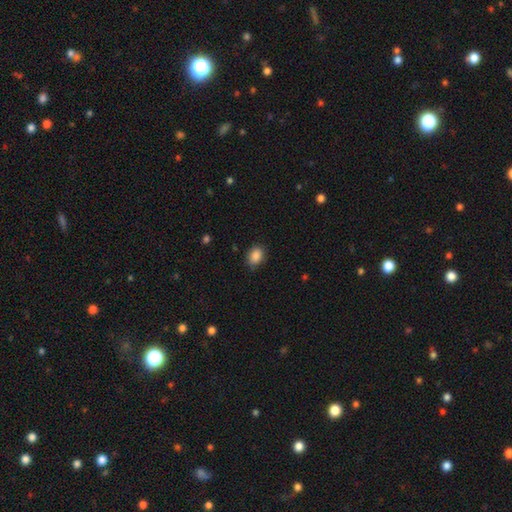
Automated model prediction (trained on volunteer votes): A smooth galaxy with no disk features (87%) that is in between round and cigar-shaped (68%).

Vote fractions:
- Smooth or featured? smooth: 87% / star or artifact: 9% / featured or disk: 4%
- How rounded? in between: 68% / round: 31% / cigar-shaped: 1%
- Merging? none: 82% / minor disturbance: 14% / major disturbance: 3% / merger: 1%